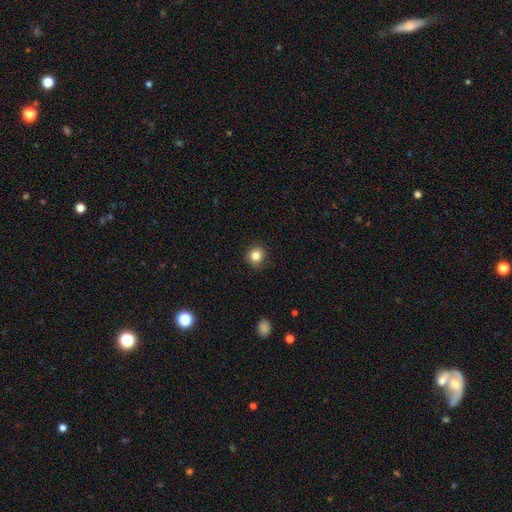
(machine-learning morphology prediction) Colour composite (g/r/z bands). It shows a smooth galaxy with no disk features (83%) that is round (91%). Merging: none (89%).